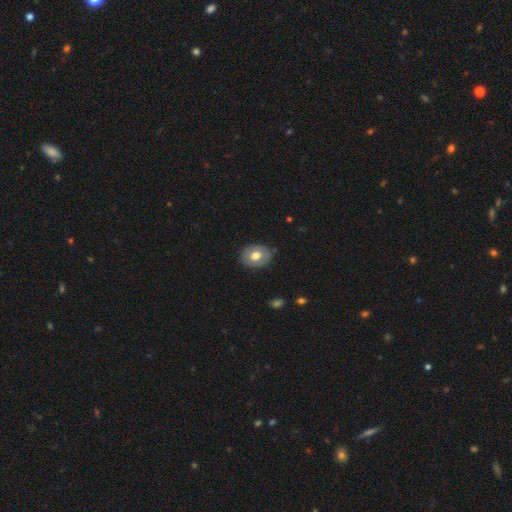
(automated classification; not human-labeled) smooth-or-featured: smooth: 60% | featured or disk: 33% | star or artifact: 6%
  how-rounded: in between: 59% | round: 41% | cigar-shaped: 1%
  merging: none: 83% | minor disturbance: 13% | major disturbance: 3% | merger: 1%